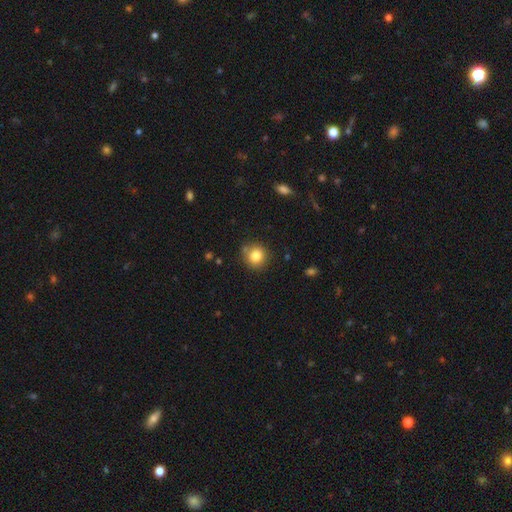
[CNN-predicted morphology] smooth_or_featured: smooth (p=0.82) [alt: star or artifact p=0.11]
how_rounded: round (p=0.90) [alt: in between p=0.09]
merging: none (p=0.81) [alt: minor disturbance p=0.11]